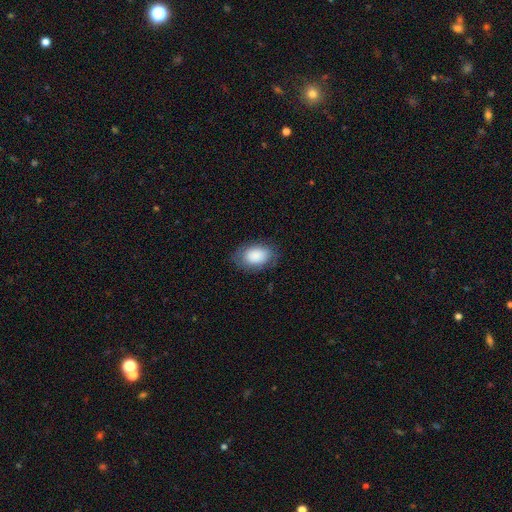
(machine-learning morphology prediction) Q: Smooth or featured?
A: smooth (86%); runner-up: featured or disk (7%)
Q: How rounded?
A: in between (87%); runner-up: round (12%)
Q: Merging?
A: none (78%); runner-up: minor disturbance (16%)